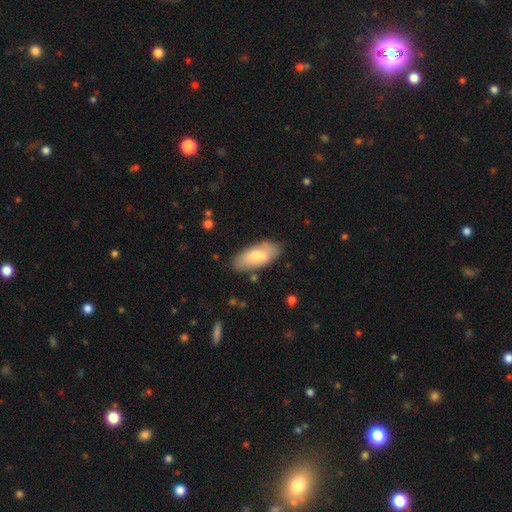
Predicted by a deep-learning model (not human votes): Smooth or featured?
  - smooth: 66% *
  - featured or disk: 28%
  - star or artifact: 6%
How rounded?
  - in between: 87% *
  - cigar-shaped: 11%
  - round: 2%
Merging?
  - none: 78% *
  - minor disturbance: 15%
  - major disturbance: 3%
  - merger: 3%